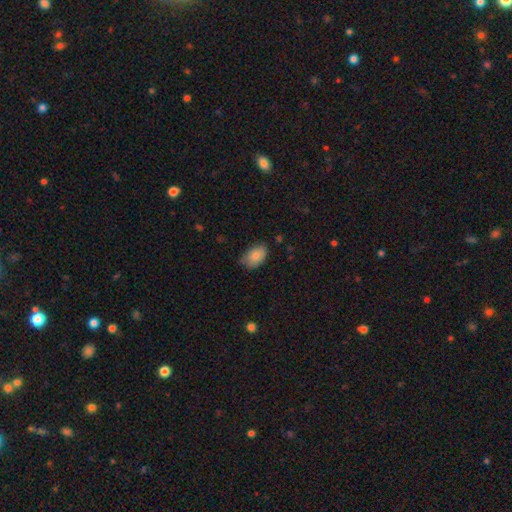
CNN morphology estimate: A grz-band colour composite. It shows a smooth galaxy with no disk features (82%) that is in between round and cigar-shaped (90%). Merging: none (69%).